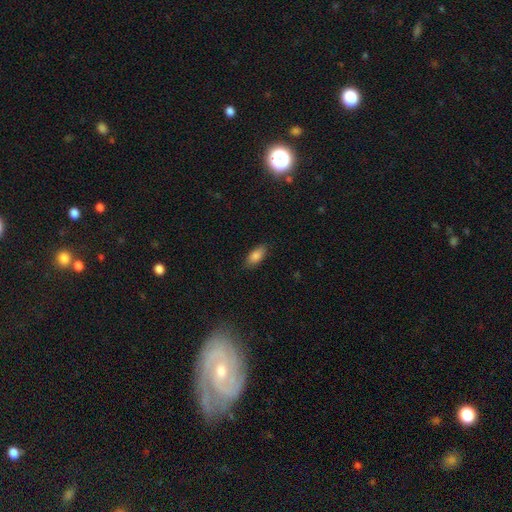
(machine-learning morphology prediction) smooth 85%, star or artifact 8%, featured or disk 7%. Down the decision tree: how rounded — in between (89%); merging — none (85%).